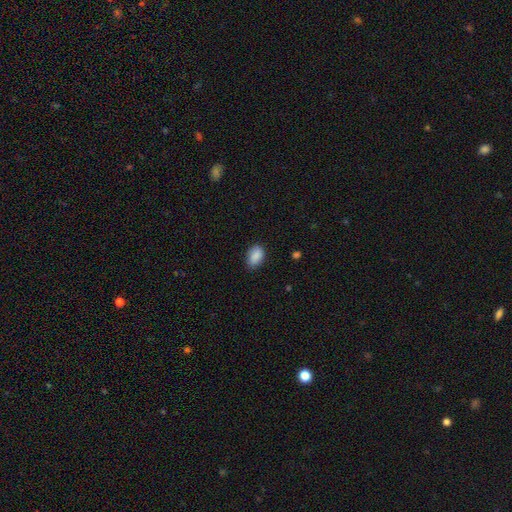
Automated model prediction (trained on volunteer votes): Smooth or featured? Predicted: smooth (p=0.89). How rounded? Predicted: in between (p=0.88). Merging? Predicted: none (p=0.77).